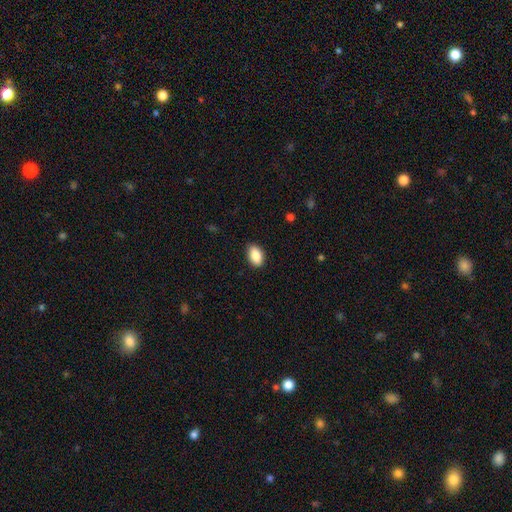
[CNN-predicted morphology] Smooth or featured?
  - smooth: 87% *
  - star or artifact: 7%
  - featured or disk: 6%
How rounded?
  - in between: 90% *
  - round: 8%
  - cigar-shaped: 2%
Merging?
  - none: 87% *
  - minor disturbance: 10%
  - major disturbance: 2%
  - merger: 1%